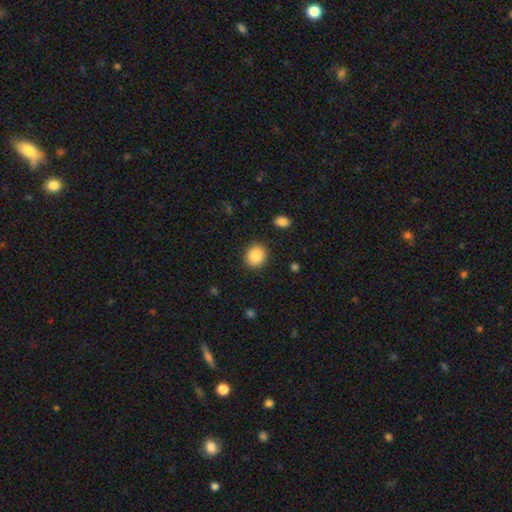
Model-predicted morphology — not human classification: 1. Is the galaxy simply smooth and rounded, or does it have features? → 88% smooth, 8% star or artifact, 4% featured or disk.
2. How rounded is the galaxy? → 74% round, 25% in between, 1% cigar-shaped.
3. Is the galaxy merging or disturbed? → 89% none, 7% minor disturbance, 2% major disturbance, 1% merger.